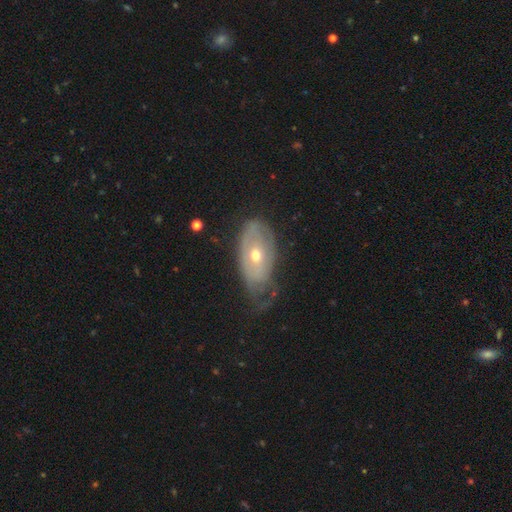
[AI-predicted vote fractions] Morphology: type=featured or disk (62%); edge-on=no (90%); bar=no (85%); spiral arms=no (54%); bulge=moderate (58%); merging=none (44%).